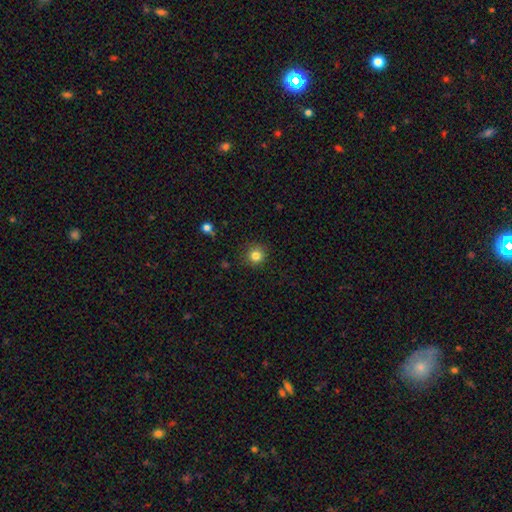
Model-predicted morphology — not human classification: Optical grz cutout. It shows a smooth galaxy with no disk features (83%) that is round (93%). Merging: none (88%).